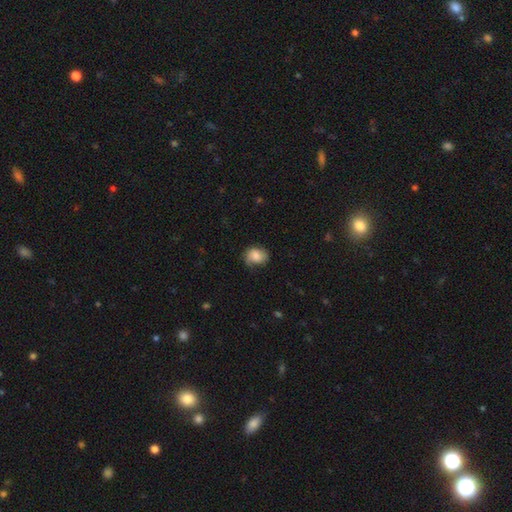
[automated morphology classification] Smooth or featured? Predicted: smooth (p=0.71). How rounded? Predicted: in between (p=0.54). Merging? Predicted: none (p=0.59).